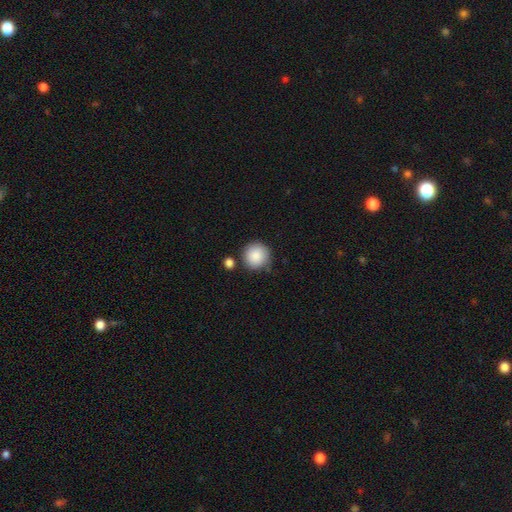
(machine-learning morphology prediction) This appears to be a smooth galaxy with no disk features (87%) that is round (93%). Merging: none (78%).